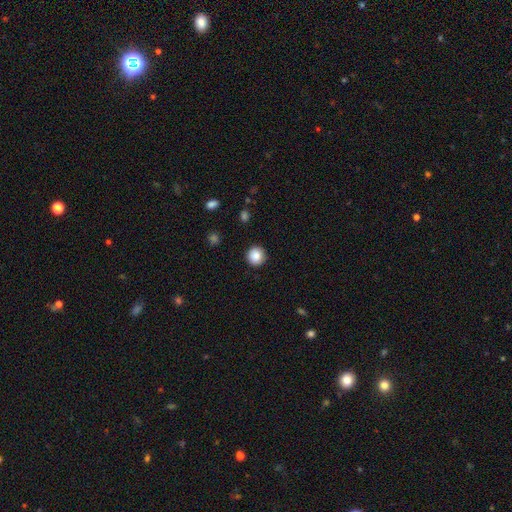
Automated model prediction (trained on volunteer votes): A smooth galaxy with no disk features (87%) that is round (92%).

Vote fractions:
- Smooth or featured? smooth: 87% / star or artifact: 9% / featured or disk: 4%
- How rounded? round: 92% / in between: 7% / cigar-shaped: 1%
- Merging? none: 91% / minor disturbance: 6% / major disturbance: 2% / merger: 1%